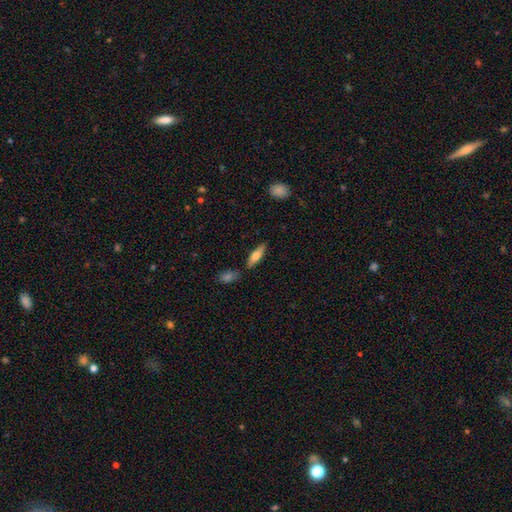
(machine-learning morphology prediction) Q: Smooth or featured?
A: smooth (60%); runner-up: featured or disk (34%)
Q: How rounded?
A: cigar-shaped (56%); runner-up: in between (42%)
Q: Merging?
A: none (81%); runner-up: minor disturbance (11%)